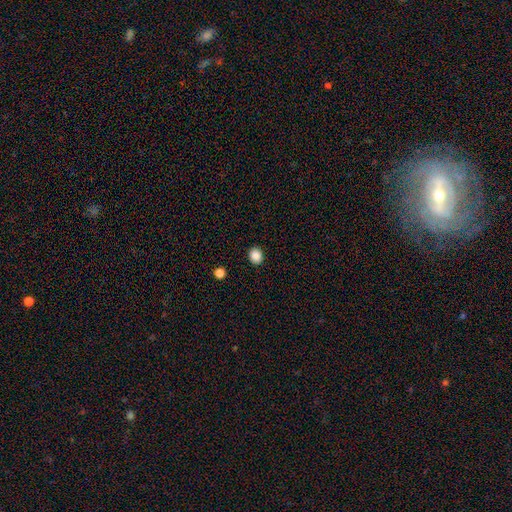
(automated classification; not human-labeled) Smooth or featured: smooth — 87% (star or artifact — 9%)
How rounded: round — 63% (in between — 37%)
Merging: none — 91% (minor disturbance — 6%)